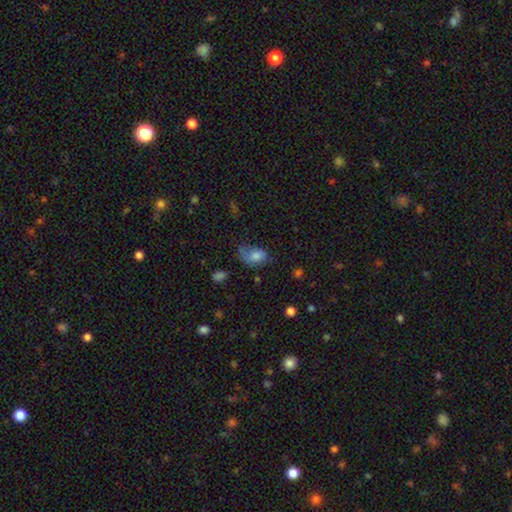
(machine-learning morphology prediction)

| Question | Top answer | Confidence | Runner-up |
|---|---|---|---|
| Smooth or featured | smooth | 72% | featured or disk (18%) |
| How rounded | in between | 85% | round (13%) |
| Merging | none | 35% | minor disturbance (33%) |